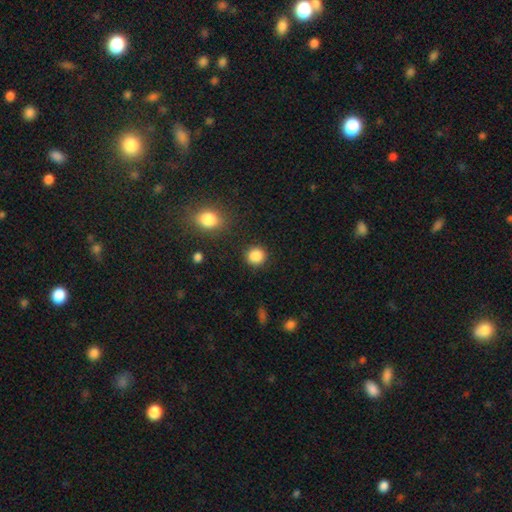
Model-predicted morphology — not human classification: type=smooth (87%); roundness=round (87%); merging=none (87%).